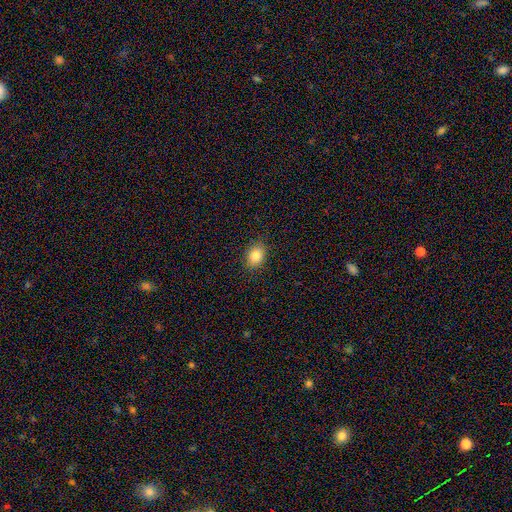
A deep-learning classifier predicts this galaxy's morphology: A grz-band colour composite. It shows a smooth galaxy with no disk features (83%) that is in between round and cigar-shaped (64%). Merging: none (87%).